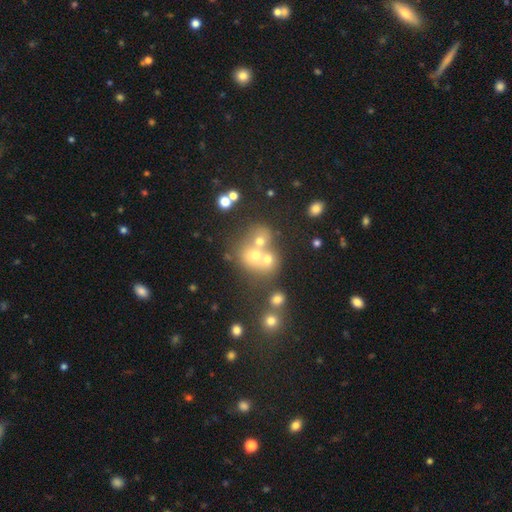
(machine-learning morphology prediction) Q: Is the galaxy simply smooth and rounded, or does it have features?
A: smooth — 53%.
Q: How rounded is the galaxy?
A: round — 68%.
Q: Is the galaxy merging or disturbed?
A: merger — 50%.